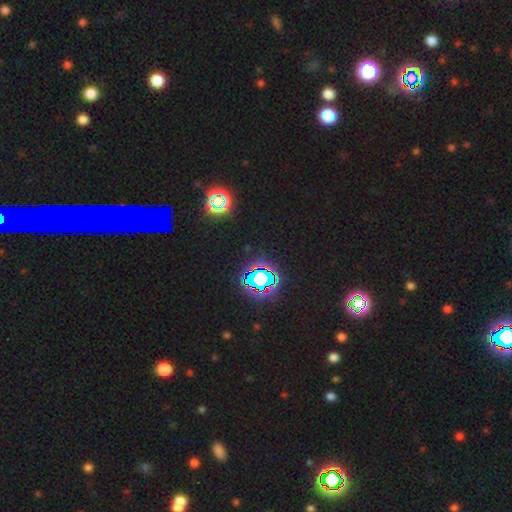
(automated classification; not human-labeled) The model was most divided on "smooth or featured": star or artifact: 64%, featured or disk: 19%, smooth: 17%.